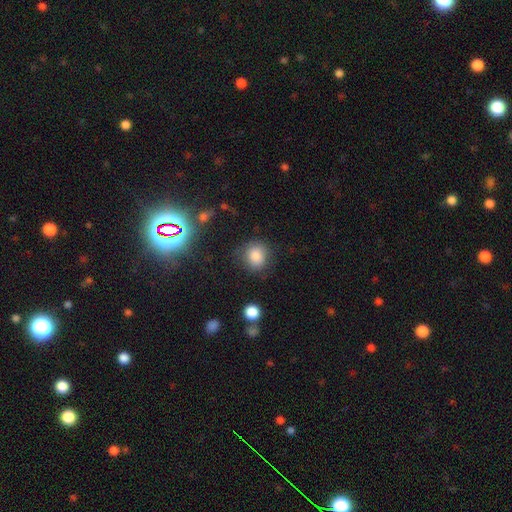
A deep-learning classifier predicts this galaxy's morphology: smooth-or-featured: smooth: 84% | star or artifact: 10% | featured or disk: 6%
  how-rounded: round: 76% | in between: 22% | cigar-shaped: 1%
  merging: none: 76% | minor disturbance: 16% | major disturbance: 6% | merger: 2%